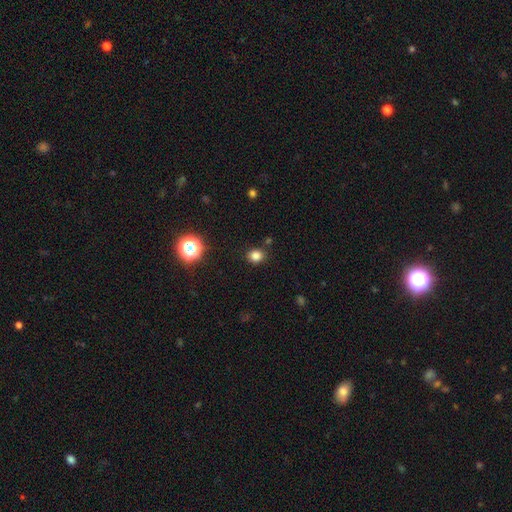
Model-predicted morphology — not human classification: smooth 81%, star or artifact 15%, featured or disk 4%. Down the decision tree: how rounded — round (78%); merging — none (86%).